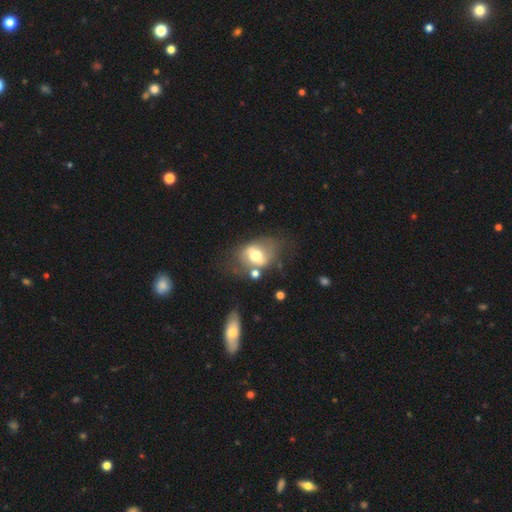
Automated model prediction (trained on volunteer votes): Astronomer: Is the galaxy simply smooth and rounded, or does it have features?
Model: featured or disk — 49% (runner-up: smooth, 43%).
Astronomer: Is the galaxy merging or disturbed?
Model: none — 49%.